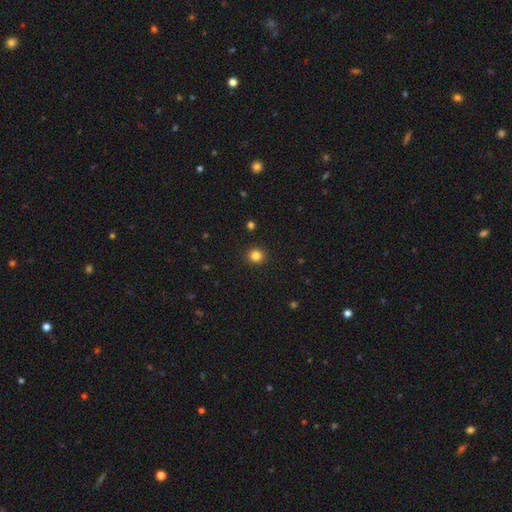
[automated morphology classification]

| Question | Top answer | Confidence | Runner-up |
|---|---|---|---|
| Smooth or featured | smooth | 83% | star or artifact (13%) |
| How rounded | round | 92% | in between (7%) |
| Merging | none | 93% | minor disturbance (5%) |